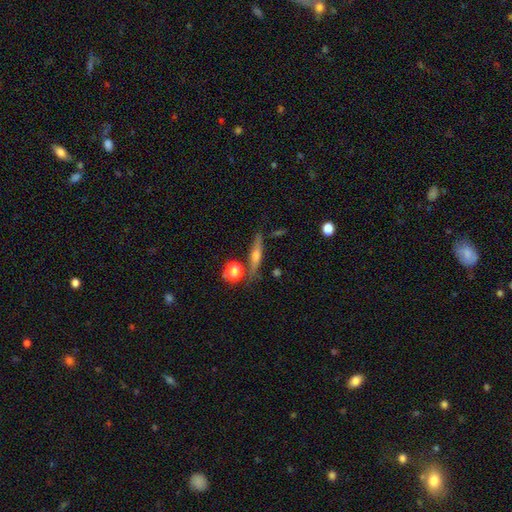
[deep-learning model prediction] Q: Smooth or featured?
A: featured or disk (65%); runner-up: smooth (26%)
Q: Edge-on disk?
A: yes (95%); runner-up: no (5%)
Q: Edge-on bulge?
A: rounded (89%); runner-up: none (6%)
Q: Merging?
A: none (81%); runner-up: minor disturbance (11%)